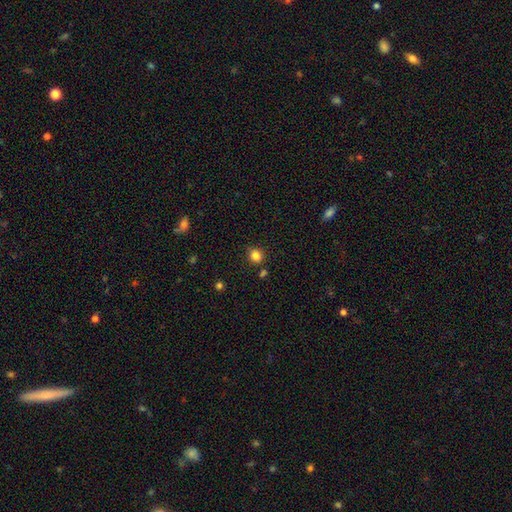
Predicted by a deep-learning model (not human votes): The model was most divided on "how rounded": round: 80%, in between: 19%, cigar-shaped: 1%. More confident: smooth or featured — smooth (83%); merging — none (83%).